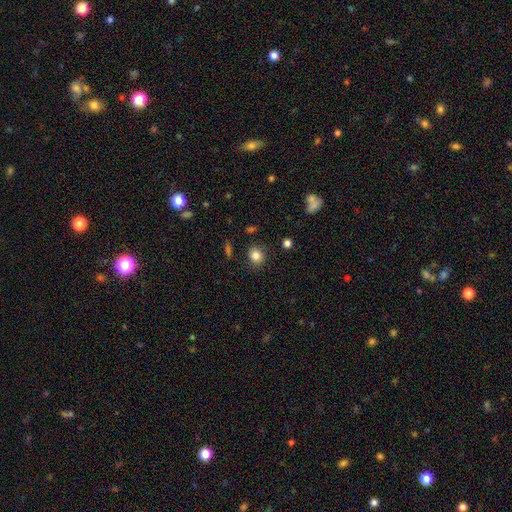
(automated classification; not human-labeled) Morphology: type=smooth (83%); roundness=round (74%); merging=none (83%).